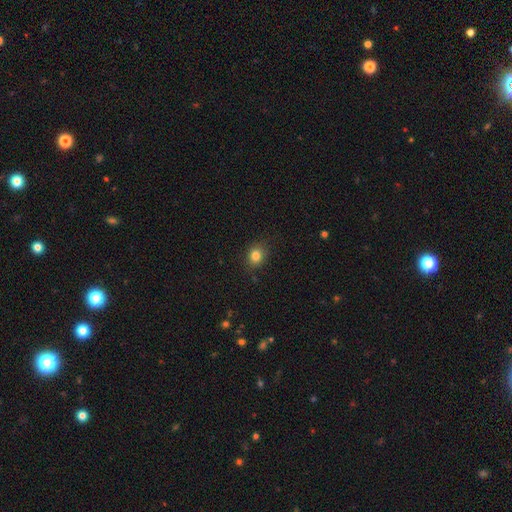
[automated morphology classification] This is clearly a smooth galaxy (82%). How rounded: possibly round (59%). Merging: clearly none (84%).